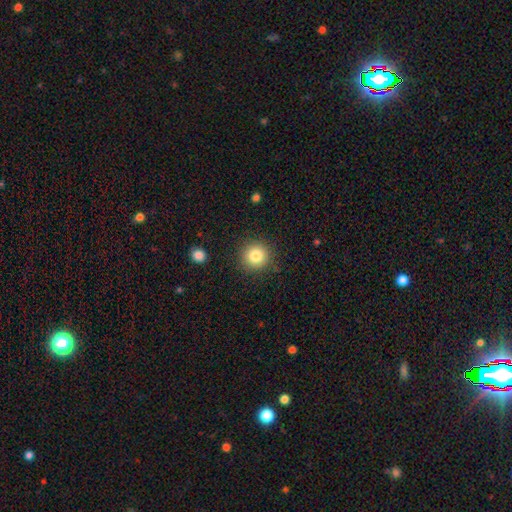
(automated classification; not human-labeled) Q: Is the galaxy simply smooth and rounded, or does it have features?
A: smooth — 83%.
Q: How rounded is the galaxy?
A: round — 94%.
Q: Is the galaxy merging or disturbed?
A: none — 89%.